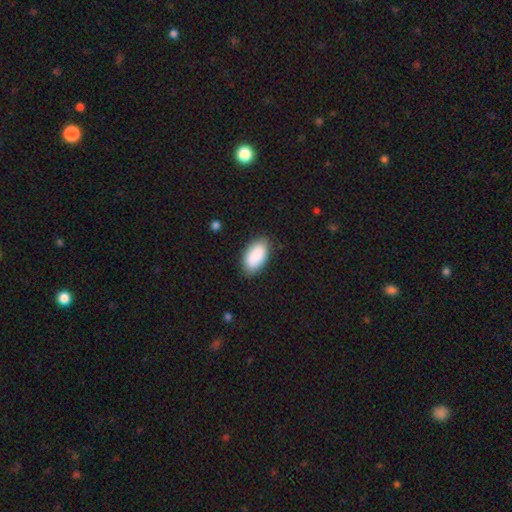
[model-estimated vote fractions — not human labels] This appears to be a smooth galaxy with no disk features (88%) that is in between round and cigar-shaped (95%). Merging: none (84%).